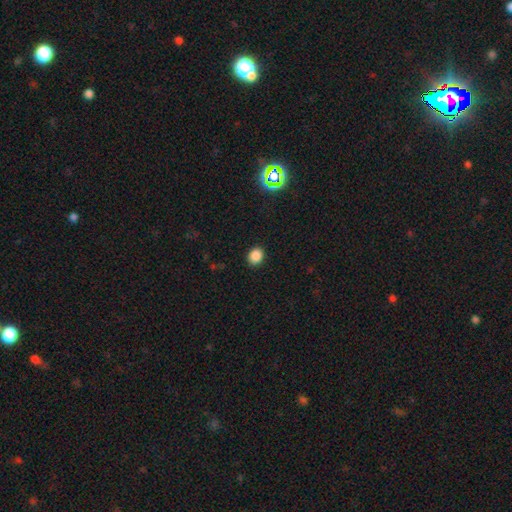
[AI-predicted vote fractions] Q: Smooth or featured?
A: smooth (85%); runner-up: star or artifact (12%)
Q: How rounded?
A: round (61%); runner-up: in between (38%)
Q: Merging?
A: none (90%); runner-up: minor disturbance (7%)